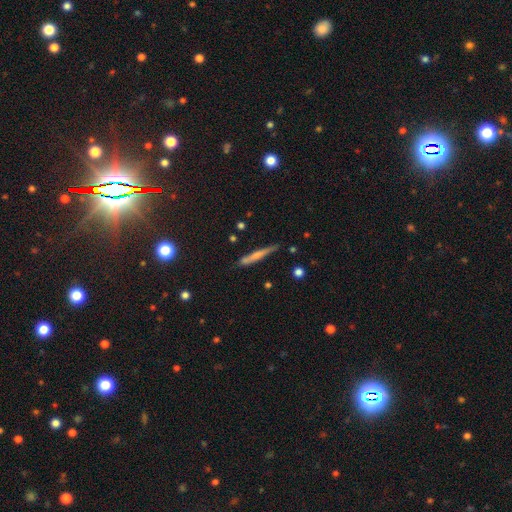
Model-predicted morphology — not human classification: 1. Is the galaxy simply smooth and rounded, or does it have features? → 54% smooth, 38% featured or disk, 8% star or artifact.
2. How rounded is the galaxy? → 95% cigar-shaped, 4% in between, 2% round.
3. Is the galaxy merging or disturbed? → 77% none, 17% minor disturbance, 3% merger, 3% major disturbance.